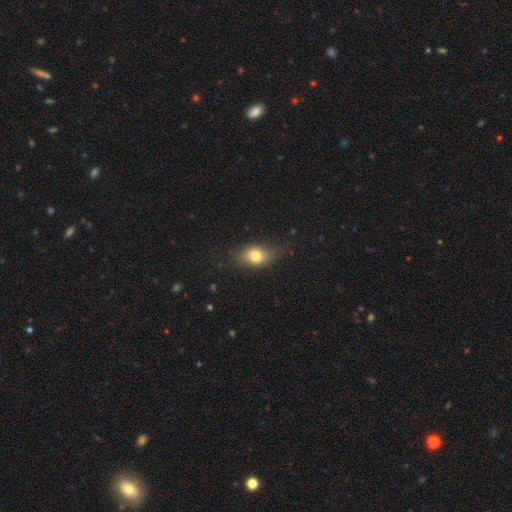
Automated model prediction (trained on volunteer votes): This appears to be a smooth galaxy with no disk features (74%) that is in between round and cigar-shaped (68%). Merging: none (68%).